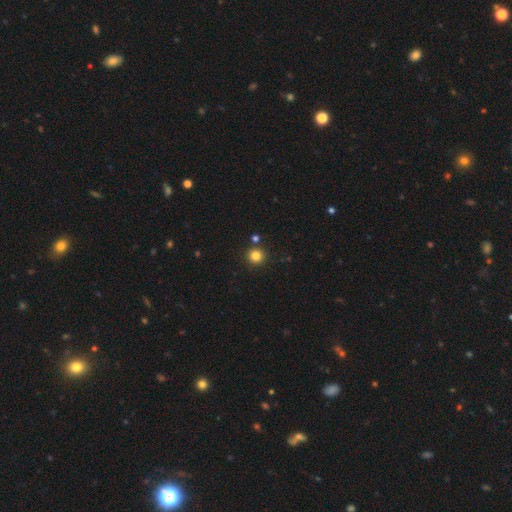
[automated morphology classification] type=smooth (82%); roundness=round (94%); merging=none (87%).